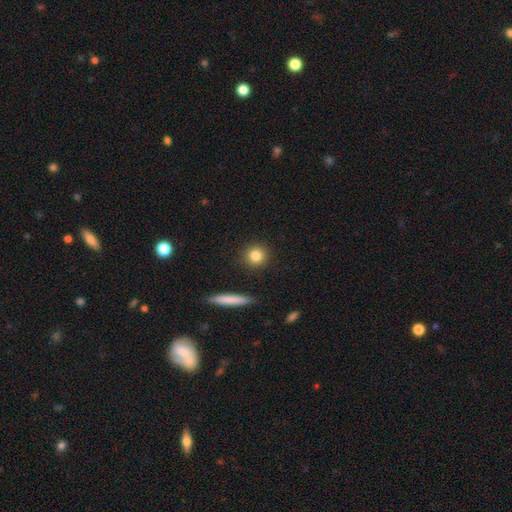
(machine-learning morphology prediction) Smooth or featured? smooth (83%)
How rounded? round (90%)
Merging? none (91%)